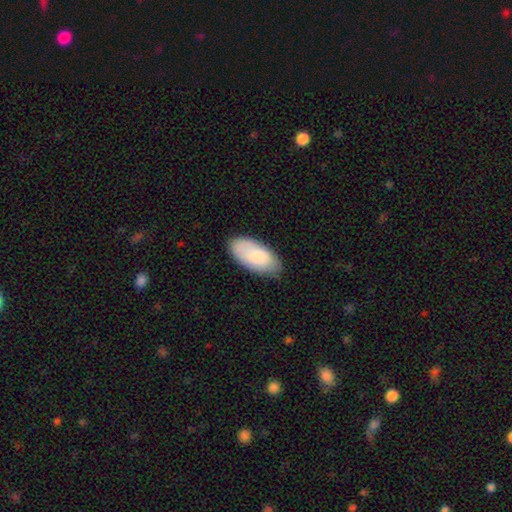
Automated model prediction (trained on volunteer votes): Smooth or featured: smooth — 81% (featured or disk — 13%)
How rounded: in between — 94% (cigar-shaped — 3%)
Merging: none — 75% (minor disturbance — 20%)